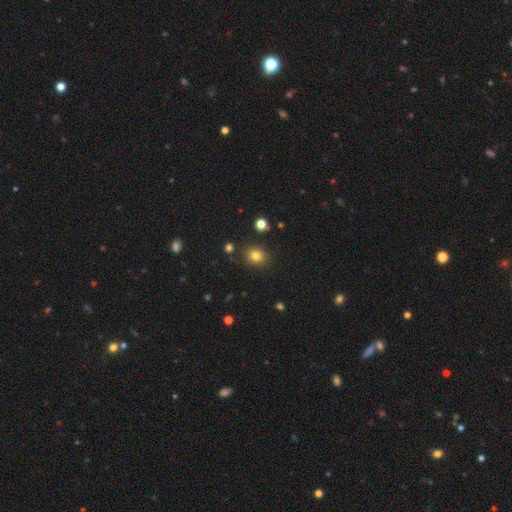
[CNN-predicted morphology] A smooth galaxy with no disk features (79%) that is round (72%). Merging: none (86%).